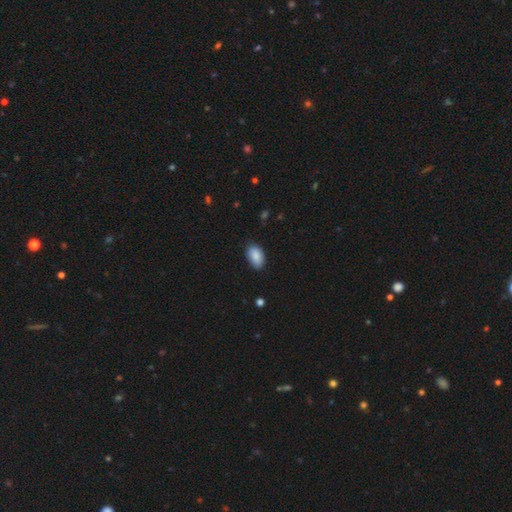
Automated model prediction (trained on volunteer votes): Morphology: type=smooth (89%); roundness=in between (93%); merging=none (81%).